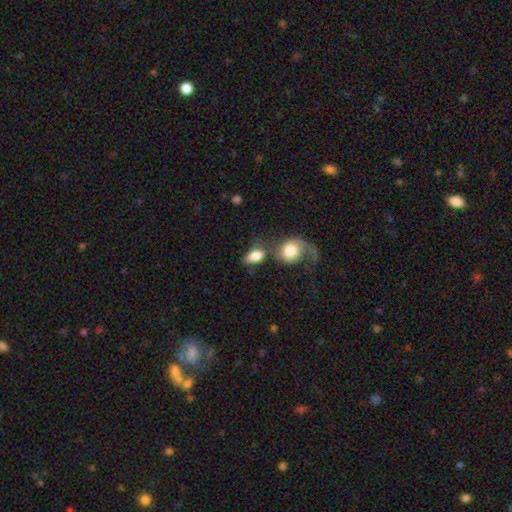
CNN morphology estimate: smooth_or_featured: smooth (p=0.77) [alt: featured or disk p=0.16]
how_rounded: in between (p=0.79) [alt: round p=0.18]
merging: merger (p=0.43) [alt: none p=0.30]